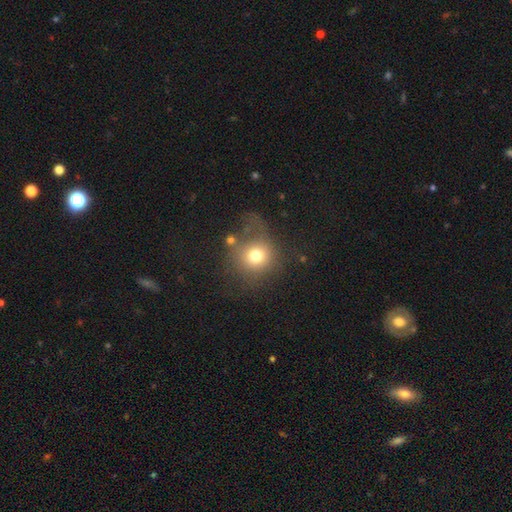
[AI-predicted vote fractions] smooth 71%, featured or disk 15%, star or artifact 15%. Down the decision tree: how rounded — round (86%); merging — none (49%).